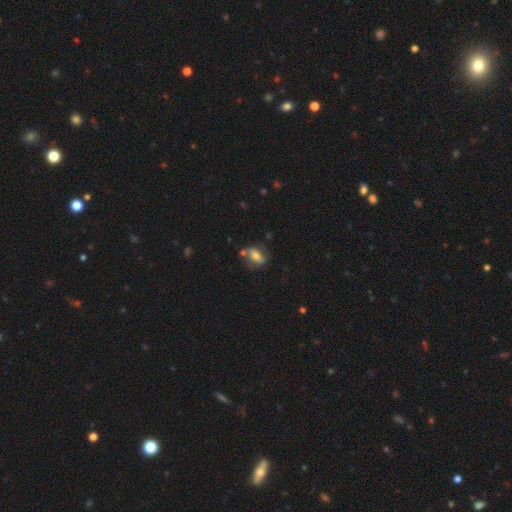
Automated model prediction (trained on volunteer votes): smooth 59%, featured or disk 32%, star or artifact 9%. Down the decision tree: how rounded — in between (74%); merging — none (61%).